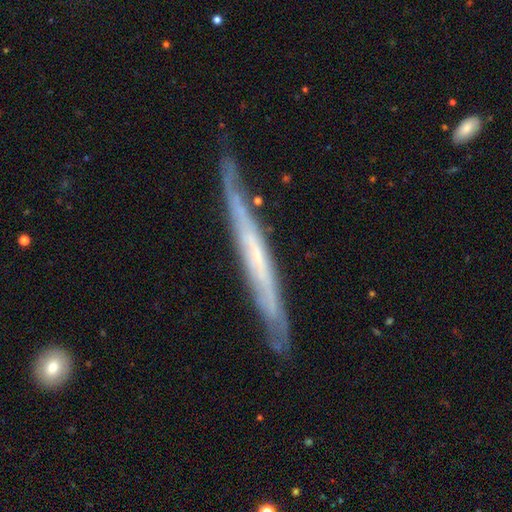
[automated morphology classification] Q: Smooth or featured?
A: featured or disk (73%); runner-up: smooth (21%)
Q: Edge-on disk?
A: yes (86%); runner-up: no (14%)
Q: Edge-on bulge?
A: none (78%); runner-up: rounded (17%)
Q: Merging?
A: none (76%); runner-up: minor disturbance (19%)